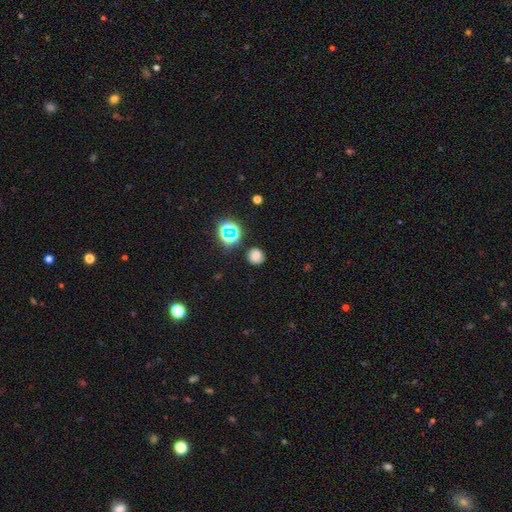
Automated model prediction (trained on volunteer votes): Overall: smooth (71%). How rounded: round (90%). Merging: none (84%).